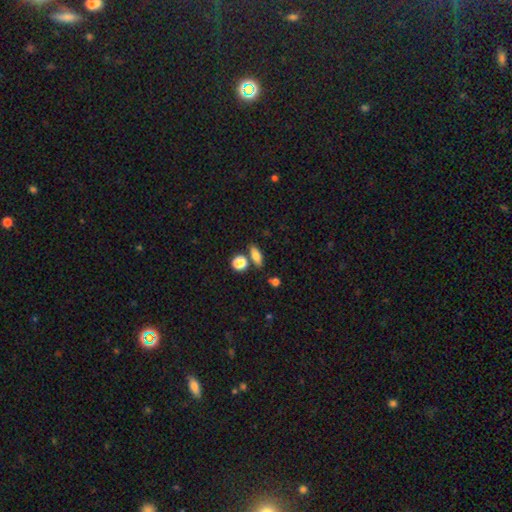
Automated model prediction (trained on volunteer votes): A smooth galaxy with no disk features (78%) that is in between round and cigar-shaped (68%). Merging: none (72%).